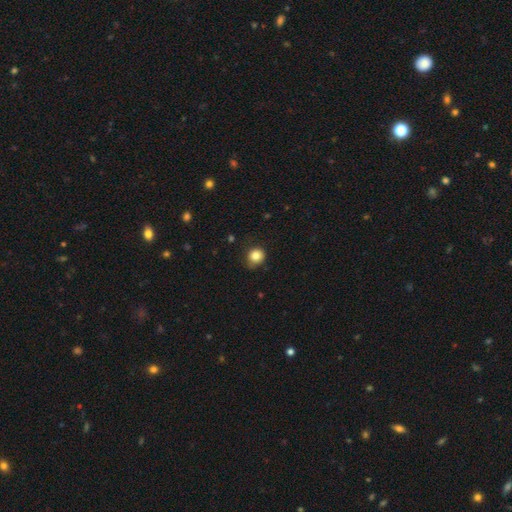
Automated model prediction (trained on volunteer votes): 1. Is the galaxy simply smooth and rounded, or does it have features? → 84% smooth, 10% star or artifact, 5% featured or disk.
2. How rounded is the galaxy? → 84% round, 15% in between, 1% cigar-shaped.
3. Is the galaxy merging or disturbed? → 75% none, 20% minor disturbance, 4% major disturbance, 1% merger.